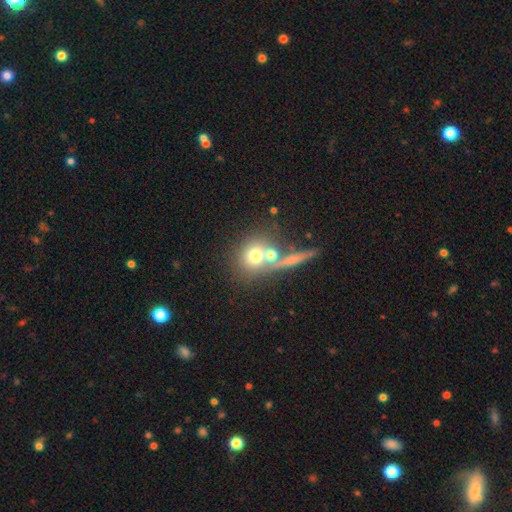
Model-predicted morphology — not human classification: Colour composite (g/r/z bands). It shows a smooth galaxy with no disk features (66%) that is round (80%). Merging: none (50%).